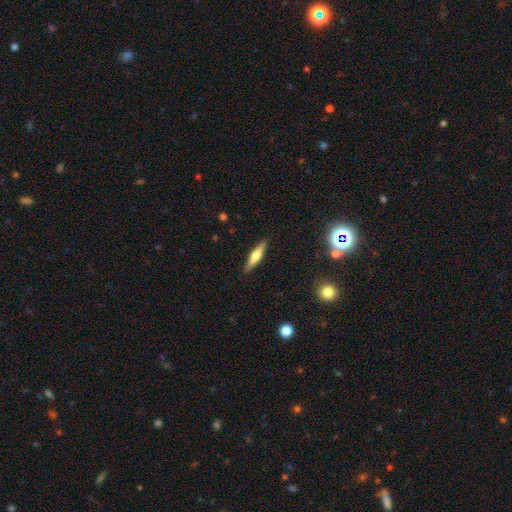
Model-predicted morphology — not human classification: Overall: smooth (49%; featured or disk 45%). Merging: none (89%).